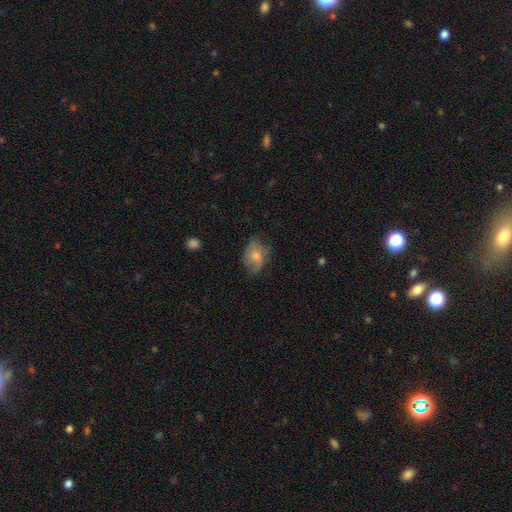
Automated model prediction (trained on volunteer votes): Smooth or featured?
  - smooth: 62% *
  - featured or disk: 30%
  - star or artifact: 8%
How rounded?
  - in between: 71% *
  - round: 27%
  - cigar-shaped: 1%
Merging?
  - none: 53% *
  - minor disturbance: 31%
  - major disturbance: 14%
  - merger: 2%